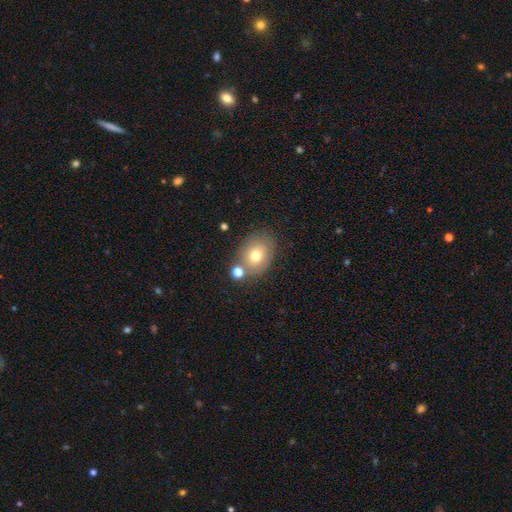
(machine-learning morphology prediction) Overall: smooth (71%). How rounded: in between (59%; round 40%). Merging: none (66%).